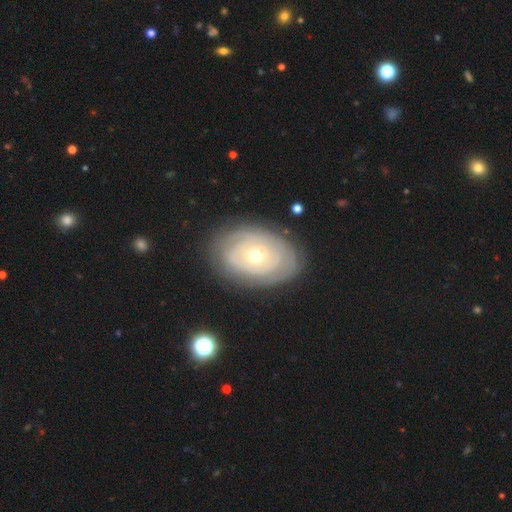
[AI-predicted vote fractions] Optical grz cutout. It shows a featured or disk galaxy (72%) with no bar (85%), spiral arms (62%) and a moderate central bulge (52%). Merging: none (81%).